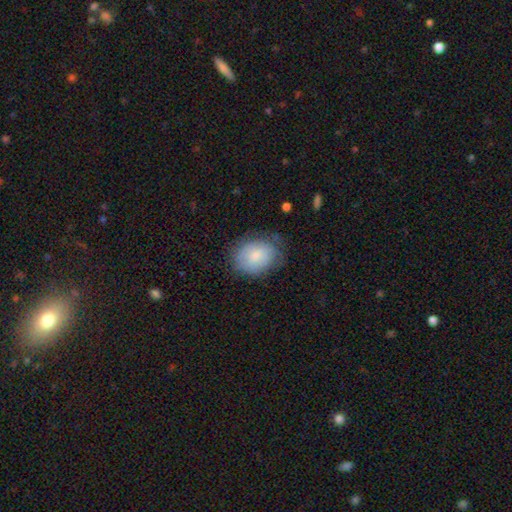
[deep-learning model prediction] Smooth or featured? Predicted: smooth (p=0.71). How rounded? Predicted: in between (p=0.62). Merging? Predicted: none (p=0.67).